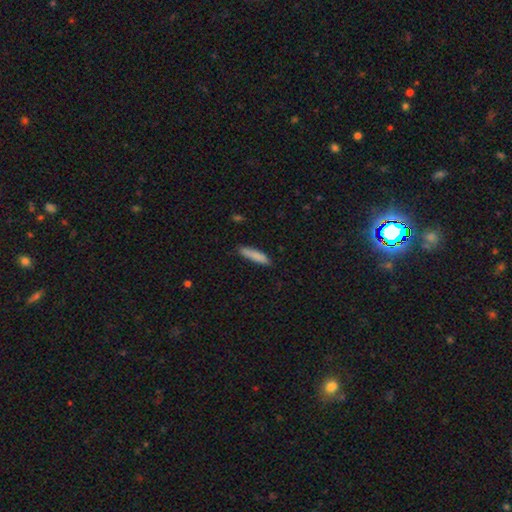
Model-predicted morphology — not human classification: smooth_or_featured: smooth (p=0.84) [alt: featured or disk p=0.09]
how_rounded: cigar-shaped (p=0.81) [alt: in between p=0.17]
merging: none (p=0.82) [alt: minor disturbance p=0.14]